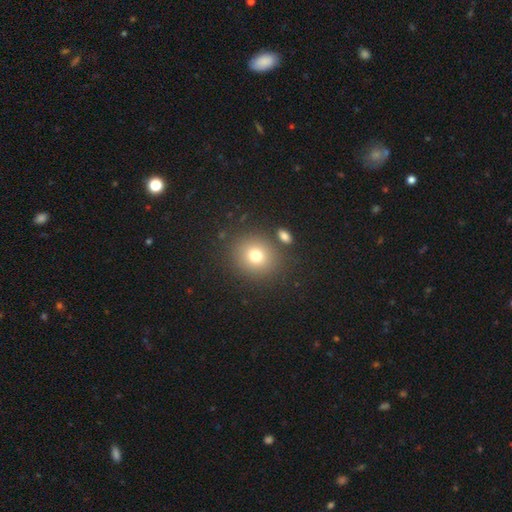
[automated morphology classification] type=smooth (75%); roundness=round (81%); merging=none (82%).